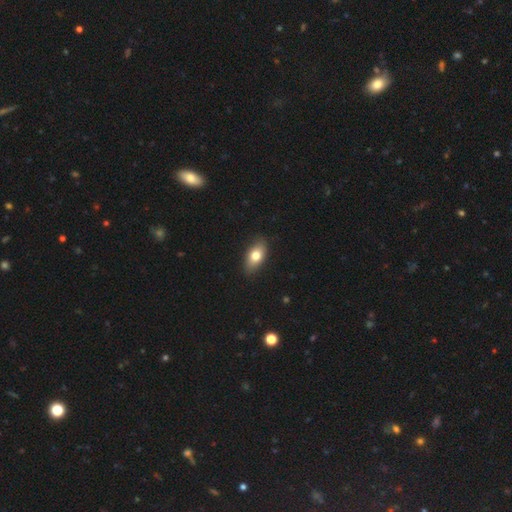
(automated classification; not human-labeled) smooth_or_featured: smooth (p=0.74) [alt: featured or disk p=0.19]
how_rounded: in between (p=0.87) [alt: round p=0.07]
merging: none (p=0.86) [alt: minor disturbance p=0.11]